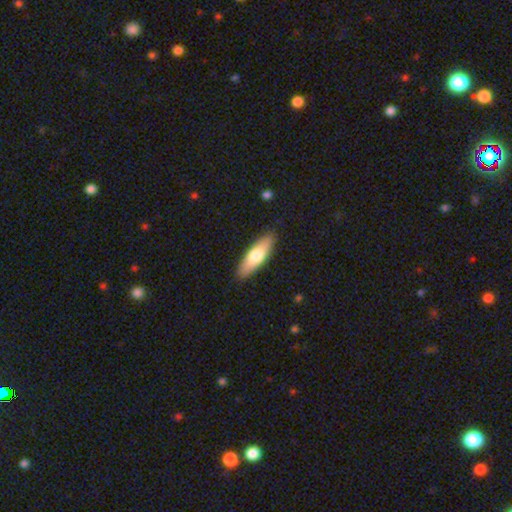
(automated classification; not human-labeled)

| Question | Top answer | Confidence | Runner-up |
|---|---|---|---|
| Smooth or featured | smooth | 70% | featured or disk (25%) |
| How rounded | cigar-shaped | 51% | in between (47%) |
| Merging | none | 89% | minor disturbance (8%) |